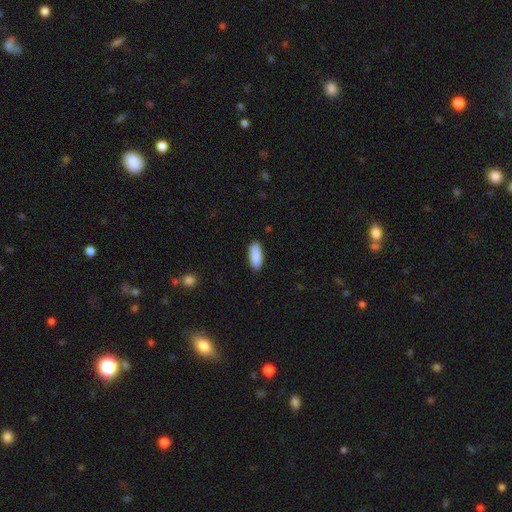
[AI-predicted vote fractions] The model was most divided on "how rounded": in between: 79%, cigar-shaped: 19%, round: 2%. More confident: smooth or featured — smooth (90%); merging — none (88%).